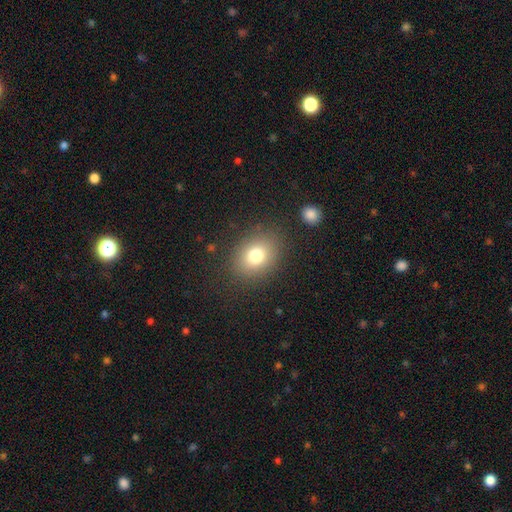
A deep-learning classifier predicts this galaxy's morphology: Q: Smooth or featured?
A: smooth (78%); runner-up: star or artifact (12%)
Q: How rounded?
A: in between (52%); runner-up: round (47%)
Q: Merging?
A: none (85%); runner-up: minor disturbance (9%)